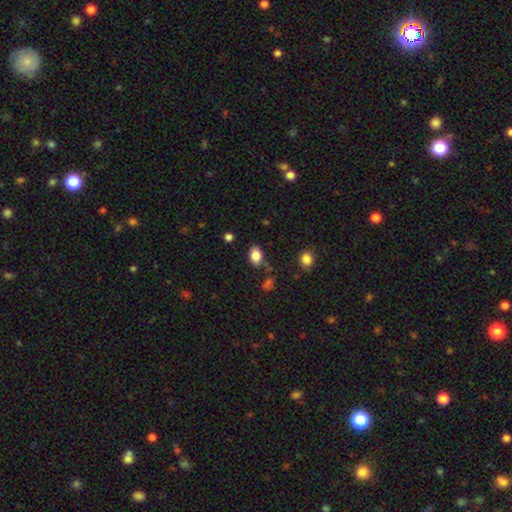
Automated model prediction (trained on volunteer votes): This is clearly a smooth galaxy (84%). How rounded: likely in between (78%). Merging: likely none (78%).